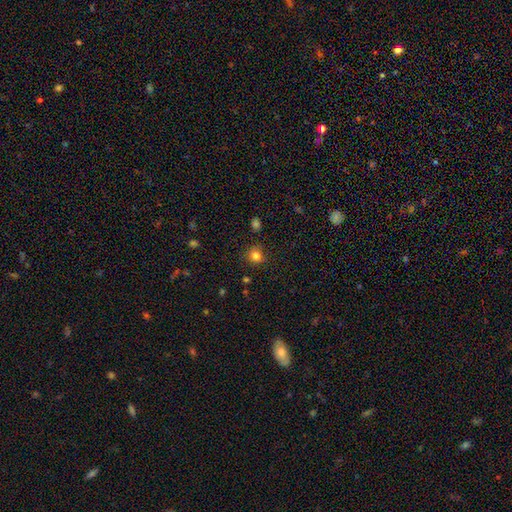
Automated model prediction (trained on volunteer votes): Smooth or featured?
  - smooth: 81% *
  - star or artifact: 14%
  - featured or disk: 6%
How rounded?
  - round: 86% *
  - in between: 13%
  - cigar-shaped: 1%
Merging?
  - none: 81% *
  - minor disturbance: 13%
  - major disturbance: 4%
  - merger: 2%